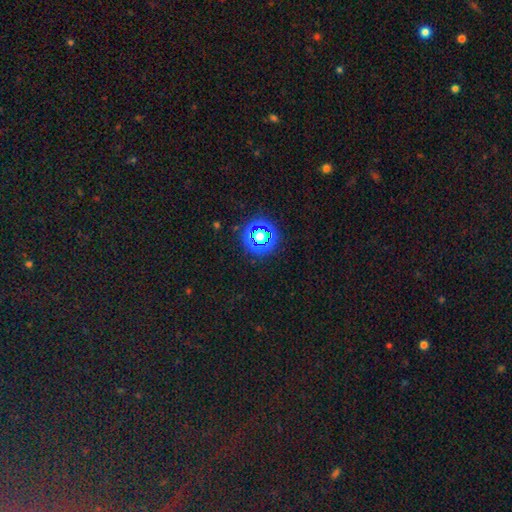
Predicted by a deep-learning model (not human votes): This is likely a star or artifact rather than a galaxy (66%).